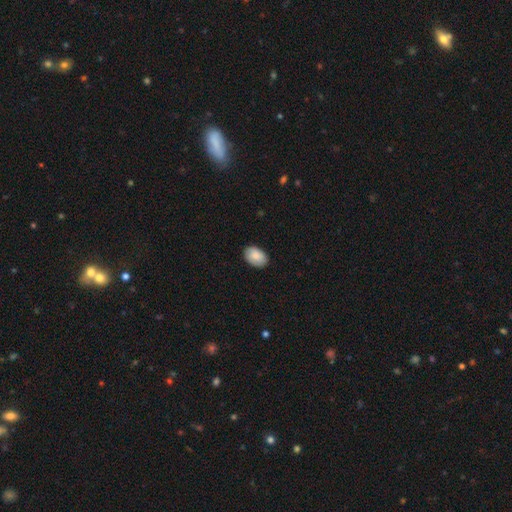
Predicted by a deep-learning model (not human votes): smooth_or_featured: smooth (p=0.84) [alt: featured or disk p=0.09]
how_rounded: in between (p=0.89) [alt: round p=0.10]
merging: none (p=0.86) [alt: minor disturbance p=0.12]